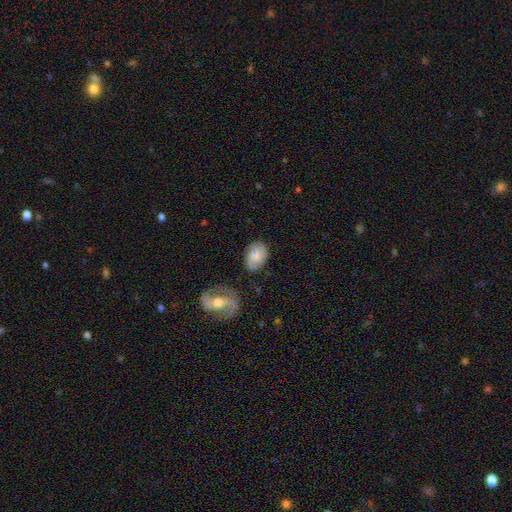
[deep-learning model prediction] smooth_or_featured: smooth (p=0.49) [alt: featured or disk p=0.44]
merging: none (p=0.72) [alt: minor disturbance p=0.19]